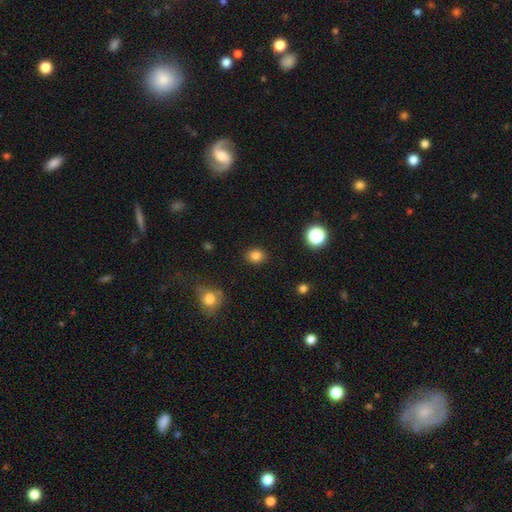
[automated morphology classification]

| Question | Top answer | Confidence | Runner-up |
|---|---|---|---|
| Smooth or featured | smooth | 83% | star or artifact (12%) |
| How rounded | round | 61% | in between (38%) |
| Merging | none | 88% | minor disturbance (8%) |